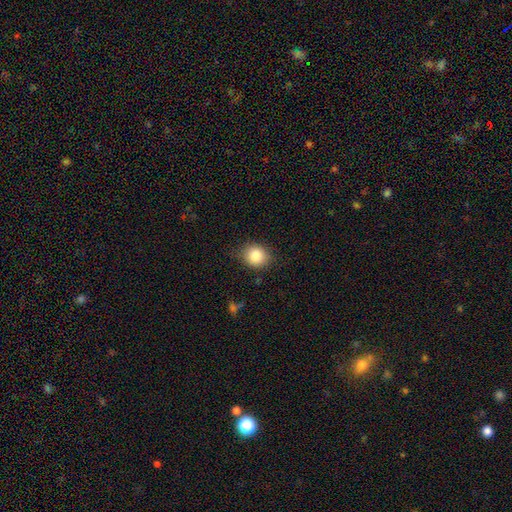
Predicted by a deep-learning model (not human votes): Morphology: type=smooth (84%); roundness=round (74%); merging=none (82%).